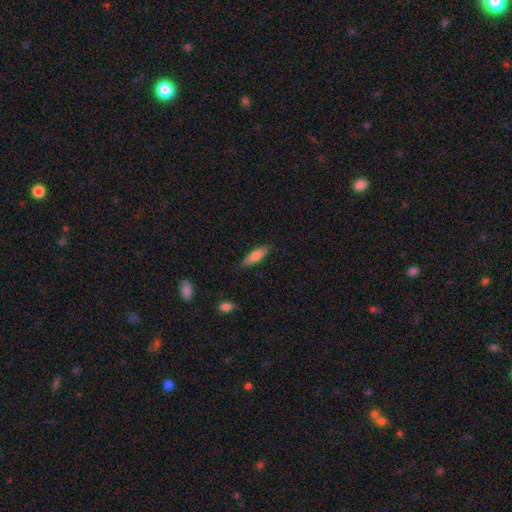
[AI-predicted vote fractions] Smooth or featured? smooth (76%)
How rounded? cigar-shaped (51%)
Merging? none (83%)